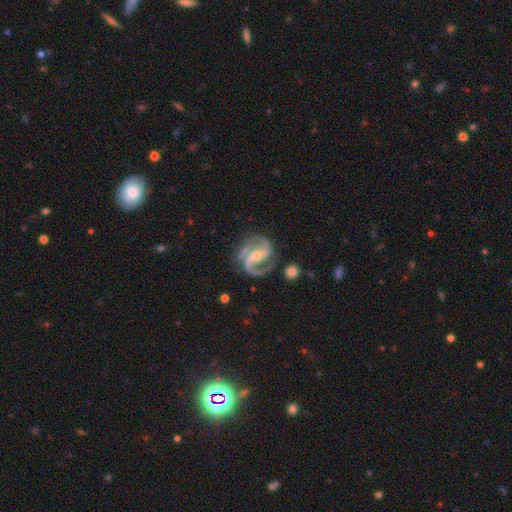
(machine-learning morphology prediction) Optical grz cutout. It shows a featured or disk galaxy (92%) with a strong bar (43%), 2 (78%) medium (59%) spiral arms (98%) and a small central bulge (61%). Merging: none (69%).